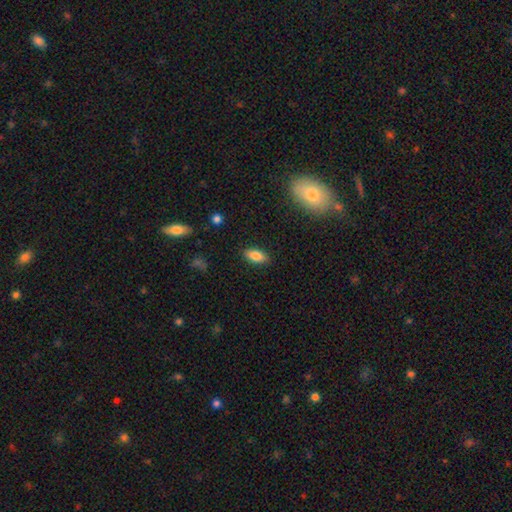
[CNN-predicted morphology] Smooth or featured: smooth — 82% (featured or disk — 10%)
How rounded: in between — 87% (cigar-shaped — 10%)
Merging: none — 88% (minor disturbance — 9%)